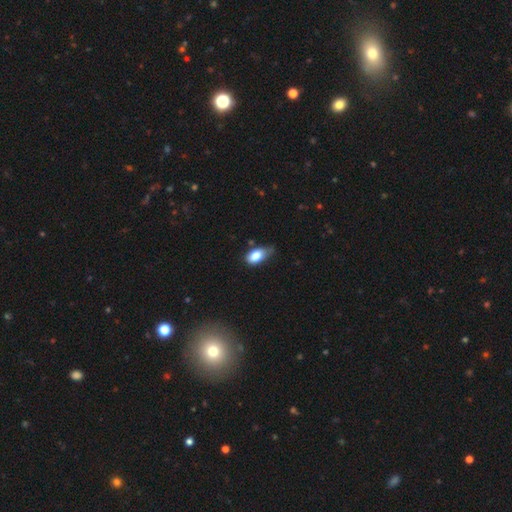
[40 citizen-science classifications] This appears to be a smooth galaxy with no disk features (78%) that is in between round and cigar-shaped (90%). Merging: minor disturbance (50%).